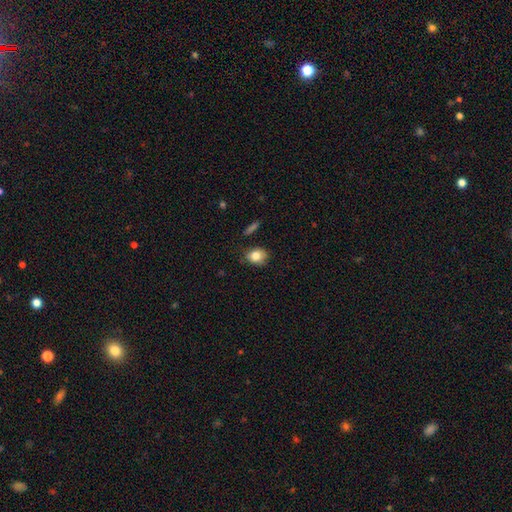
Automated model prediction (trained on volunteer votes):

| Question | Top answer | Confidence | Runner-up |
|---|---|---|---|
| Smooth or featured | smooth | 82% | featured or disk (10%) |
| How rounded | in between | 50% | round (49%) |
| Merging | none | 70% | minor disturbance (23%) |